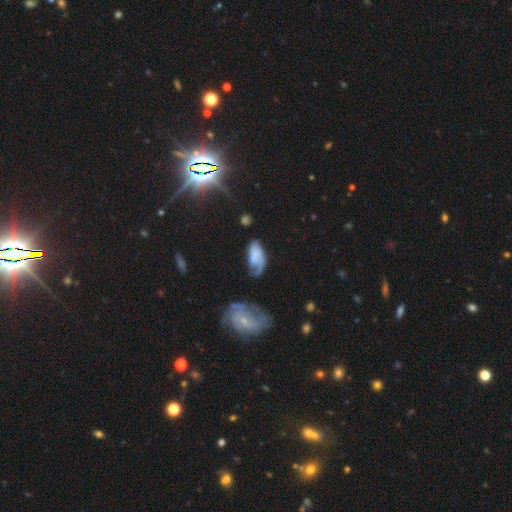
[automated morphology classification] Q: Smooth or featured?
A: featured or disk (49%); runner-up: smooth (41%)
Q: Merging?
A: none (35%); runner-up: major disturbance (29%)